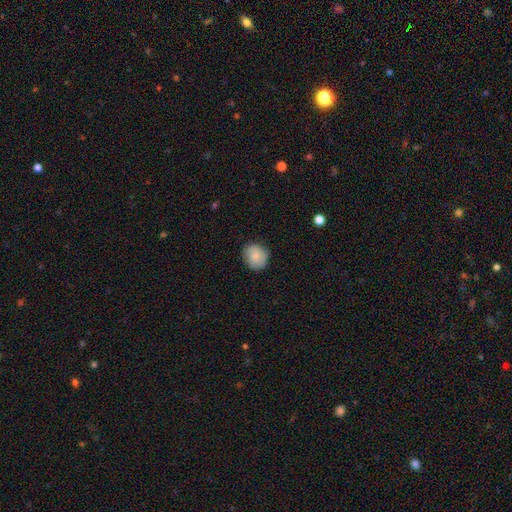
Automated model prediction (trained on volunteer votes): This is clearly a smooth galaxy (81%). How rounded: likely round (72%). Merging: likely none (79%).